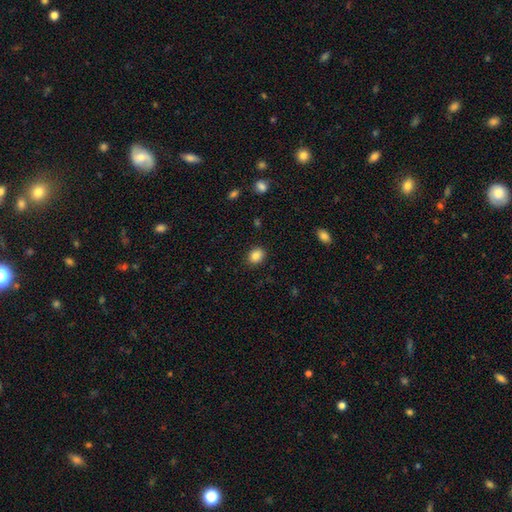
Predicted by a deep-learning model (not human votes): Smooth or featured? Predicted: smooth (p=0.86). How rounded? Predicted: round (p=0.52). Merging? Predicted: none (p=0.88).